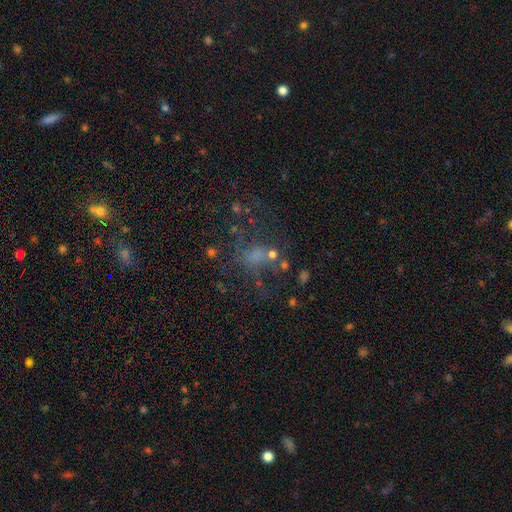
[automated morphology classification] smooth_or_featured: featured or disk (p=0.37) [alt: smooth p=0.36]
merging: none (p=0.44) [alt: major disturbance p=0.29]